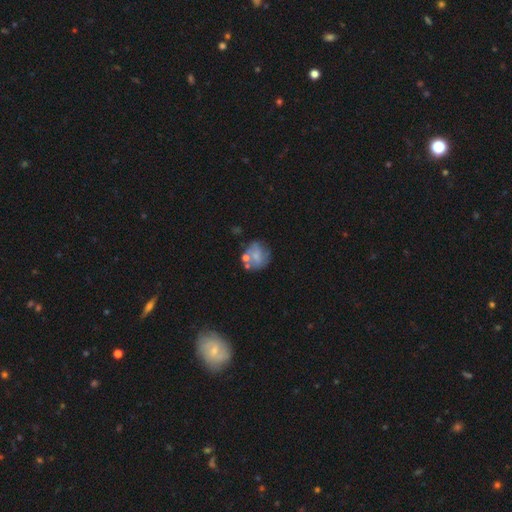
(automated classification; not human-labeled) Smooth or featured? smooth (55%)
How rounded? round (71%)
Merging? none (50%)